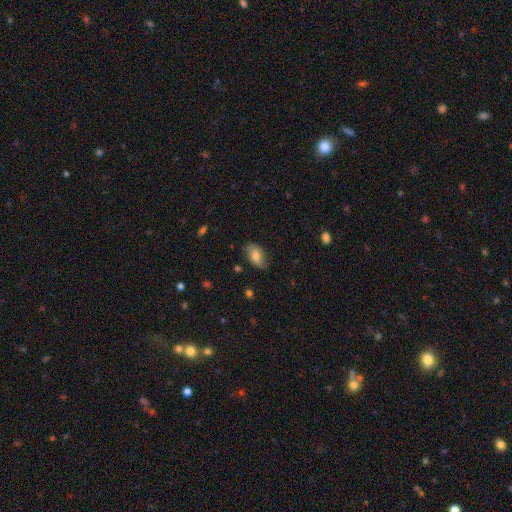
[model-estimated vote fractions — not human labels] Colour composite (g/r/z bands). It shows a smooth galaxy with no disk features (69%) that is in between round and cigar-shaped (92%). Merging: none (76%).